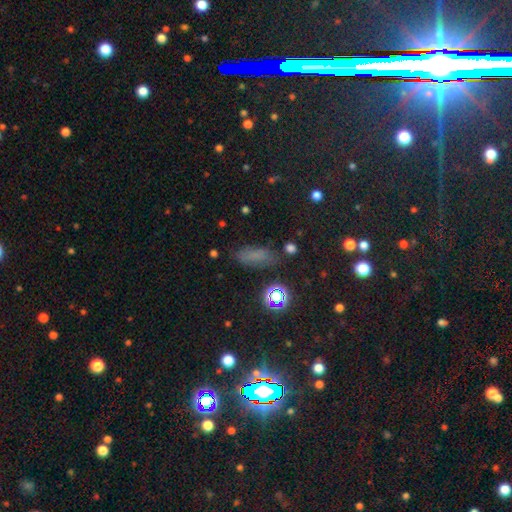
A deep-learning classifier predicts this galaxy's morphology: smooth_or_featured: smooth (p=0.60) [alt: star or artifact p=0.28]
how_rounded: in between (p=0.67) [alt: cigar-shaped p=0.25]
merging: none (p=0.76) [alt: minor disturbance p=0.16]